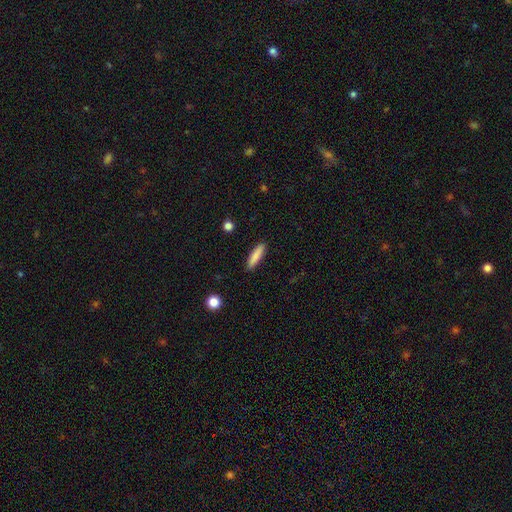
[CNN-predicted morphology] A smooth galaxy with no disk features (84%) that is cigar-shaped (80%). Merging: none (90%).